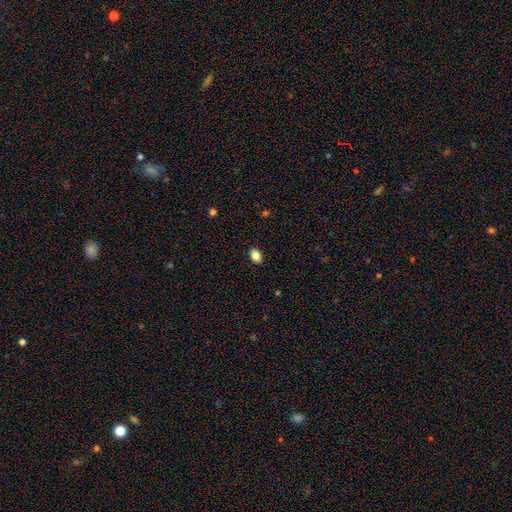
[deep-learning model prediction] Q: Smooth or featured?
A: smooth (86%); runner-up: star or artifact (9%)
Q: How rounded?
A: in between (86%); runner-up: round (12%)
Q: Merging?
A: none (89%); runner-up: minor disturbance (8%)